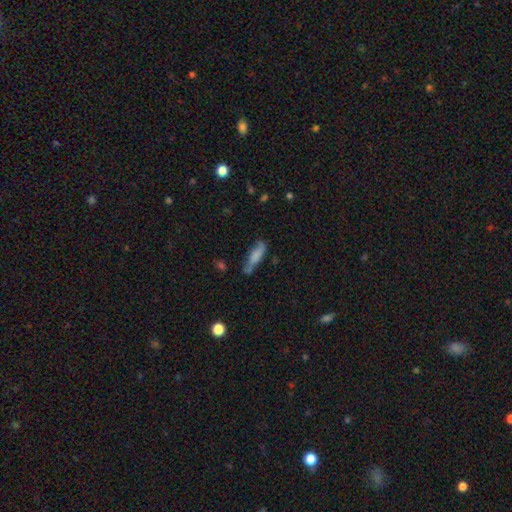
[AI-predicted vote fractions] Smooth or featured? smooth (70%)
How rounded? cigar-shaped (66%)
Merging? none (56%)